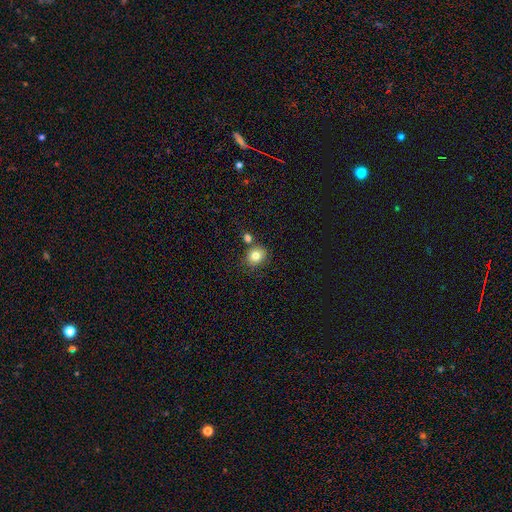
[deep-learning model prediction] Q: Smooth or featured?
A: smooth (80%); runner-up: star or artifact (11%)
Q: How rounded?
A: round (76%); runner-up: in between (23%)
Q: Merging?
A: none (70%); runner-up: merger (16%)